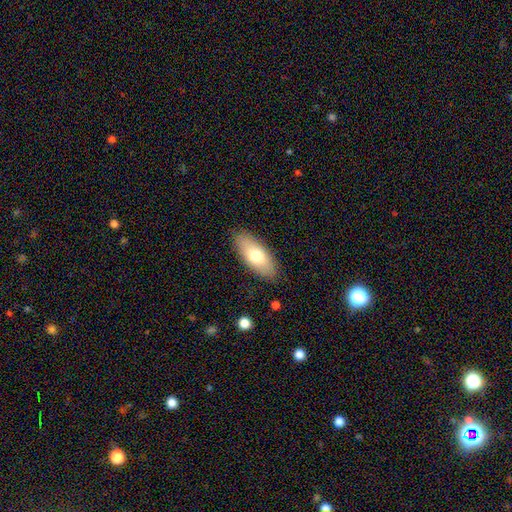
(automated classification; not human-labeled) Smooth or featured? smooth (72%)
How rounded? in between (83%)
Merging? none (87%)